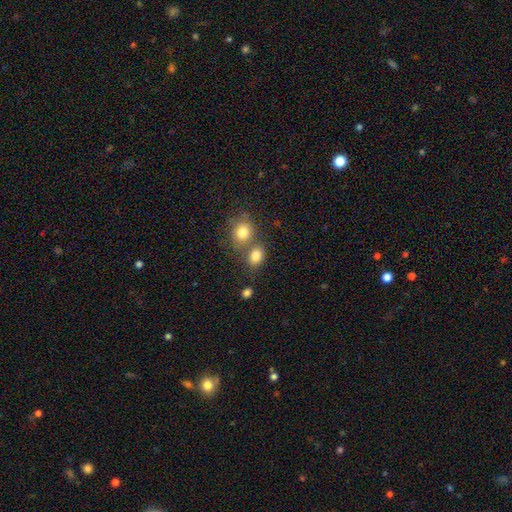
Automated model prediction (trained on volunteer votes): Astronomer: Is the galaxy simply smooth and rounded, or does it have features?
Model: smooth — 81%.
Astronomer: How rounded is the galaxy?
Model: in between — 60% (runner-up: round, 38%).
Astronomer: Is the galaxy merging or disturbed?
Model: none — 51% (runner-up: merger, 34%).